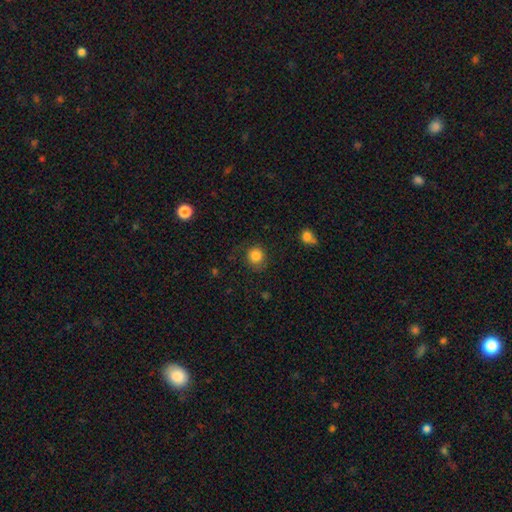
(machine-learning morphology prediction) The model was most divided on "merging": none: 78%, minor disturbance: 14%, major disturbance: 5%, merger: 2%. More confident: how rounded — round (89%); smooth or featured — smooth (84%).